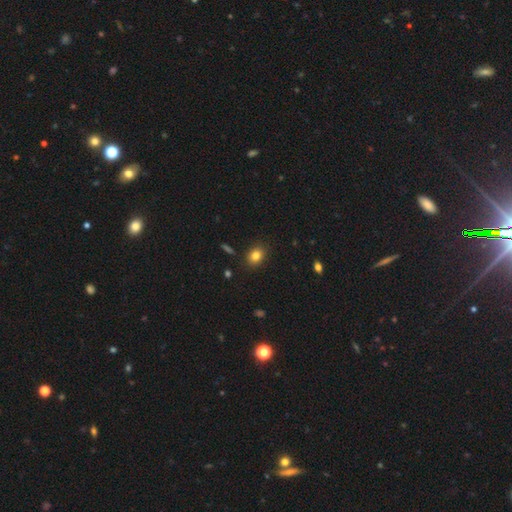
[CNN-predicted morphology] A smooth galaxy with no disk features (82%) that is in between round and cigar-shaped (54%). Merging: none (87%).